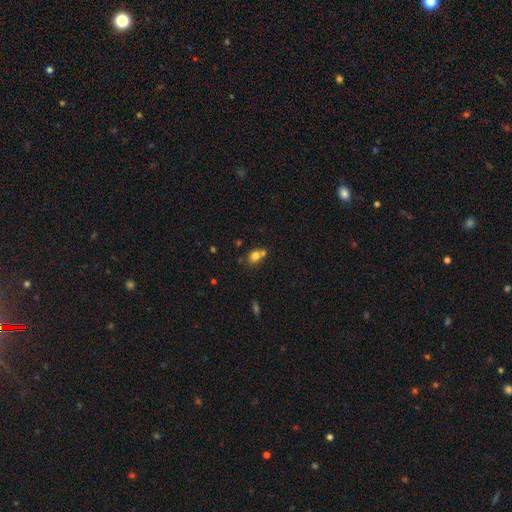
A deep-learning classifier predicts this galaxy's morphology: A smooth galaxy with no disk features (76%) that is round (60%).

Vote fractions:
- Smooth or featured? smooth: 76% / star or artifact: 13% / featured or disk: 11%
- How rounded? round: 60% / in between: 39% / cigar-shaped: 1%
- Merging? none: 47% / merger: 38% / minor disturbance: 10% / major disturbance: 4%